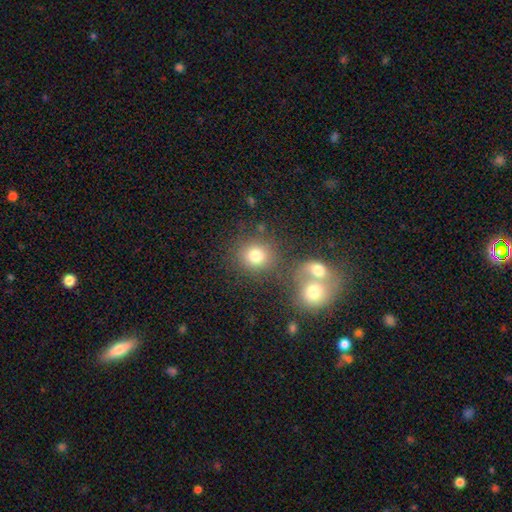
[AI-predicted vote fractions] Smooth or featured? smooth (78%)
How rounded? round (82%)
Merging? none (69%)